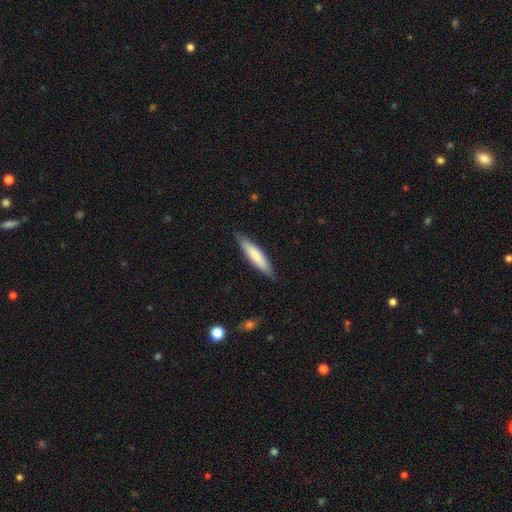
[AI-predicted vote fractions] Q: Smooth or featured?
A: smooth (74%); runner-up: featured or disk (21%)
Q: How rounded?
A: cigar-shaped (83%); runner-up: in between (16%)
Q: Merging?
A: none (86%); runner-up: minor disturbance (11%)